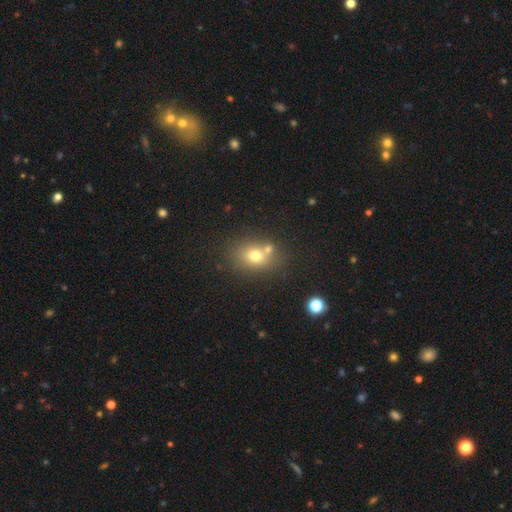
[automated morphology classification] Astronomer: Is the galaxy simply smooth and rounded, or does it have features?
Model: smooth — 70%.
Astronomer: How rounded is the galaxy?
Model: round — 52% (runner-up: in between, 46%).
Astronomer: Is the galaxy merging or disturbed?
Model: none — 60%.